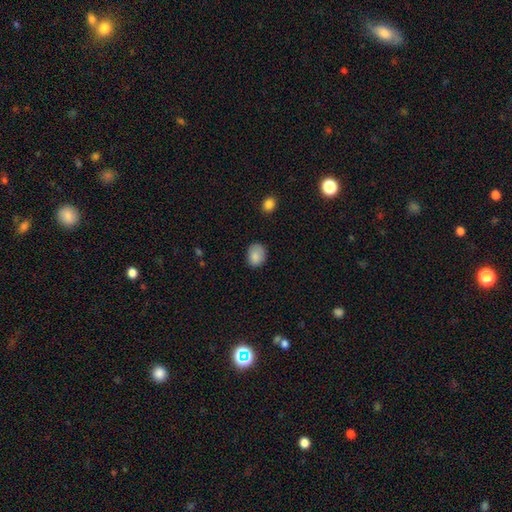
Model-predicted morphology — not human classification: type=smooth (87%); roundness=in between (51%); merging=none (77%).